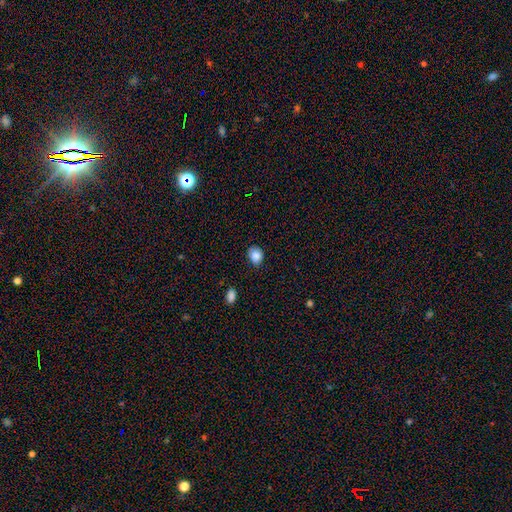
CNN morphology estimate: smooth-or-featured: smooth: 86% | star or artifact: 9% | featured or disk: 5%
  how-rounded: round: 54% | in between: 45% | cigar-shaped: 1%
  merging: none: 77% | minor disturbance: 18% | major disturbance: 3% | merger: 2%